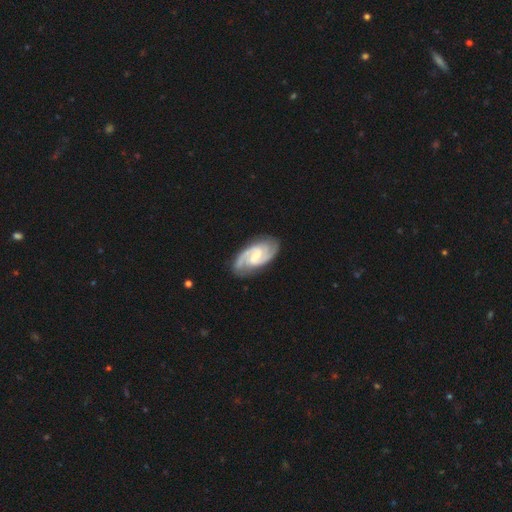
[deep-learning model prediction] smooth_or_featured: featured or disk (p=0.89) [alt: smooth p=0.07]
disk_edge_on: no (p=0.97) [alt: yes p=0.03]
bar: weak (p=0.55) [alt: no p=0.26]
has_spiral_arms: yes (p=0.98) [alt: no p=0.02]
spiral_winding: medium (p=0.52) [alt: tight p=0.38]
spiral_arm_count: 2 (p=0.89) [alt: 3 p=0.04]
bulge_size: small (p=0.53) [alt: moderate p=0.29]
merging: none (p=0.82) [alt: minor disturbance p=0.13]